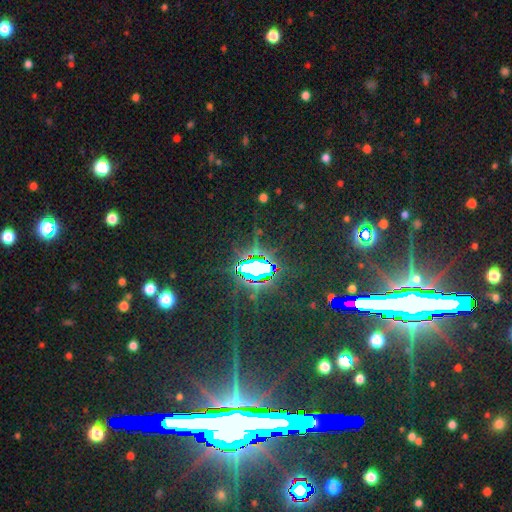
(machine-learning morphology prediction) Smooth or featured? Predicted: star or artifact (p=0.81).